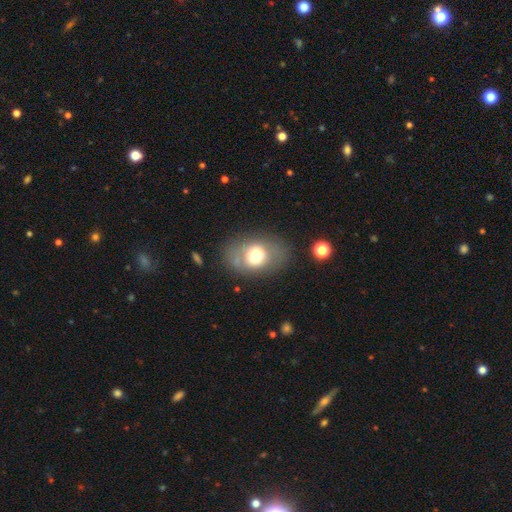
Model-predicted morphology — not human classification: Overall: smooth (63%; featured or disk 27%). How rounded: in between (75%). Merging: none (71%).